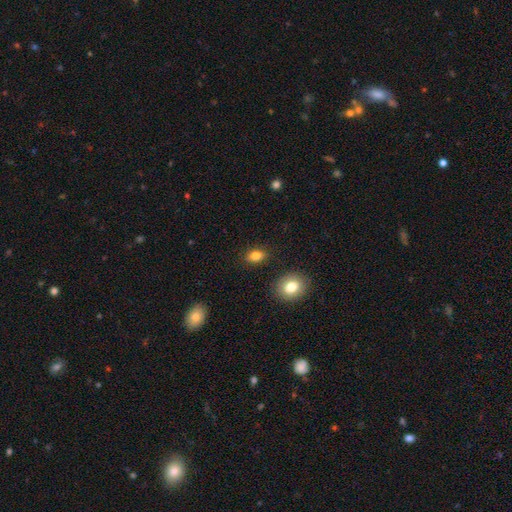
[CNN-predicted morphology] Smooth or featured?
  - smooth: 83% *
  - star or artifact: 10%
  - featured or disk: 7%
How rounded?
  - in between: 76% *
  - round: 22%
  - cigar-shaped: 2%
Merging?
  - none: 87% *
  - minor disturbance: 9%
  - major disturbance: 2%
  - merger: 2%